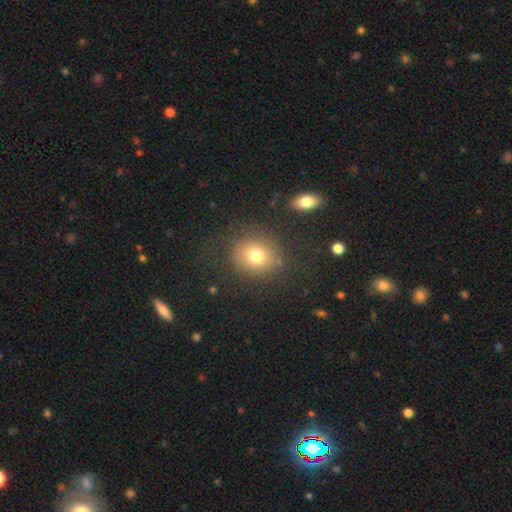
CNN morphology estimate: smooth-or-featured: smooth: 75% | star or artifact: 14% | featured or disk: 11%
  how-rounded: round: 77% | in between: 22% | cigar-shaped: 1%
  merging: none: 82% | minor disturbance: 11% | major disturbance: 5% | merger: 2%